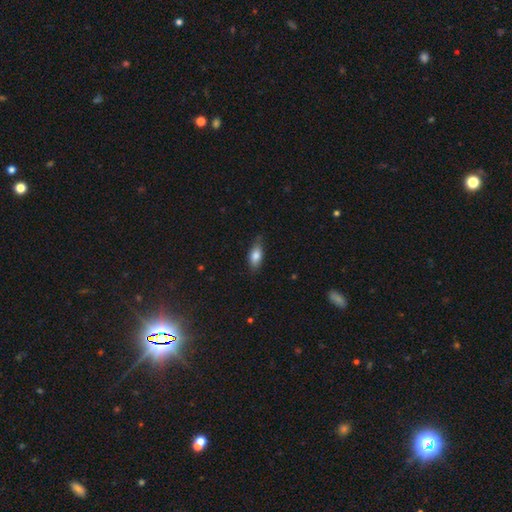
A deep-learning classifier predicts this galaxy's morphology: A smooth galaxy with no disk features (81%) that is in between round and cigar-shaped (85%).

Vote fractions:
- Smooth or featured? smooth: 81% / featured or disk: 12% / star or artifact: 7%
- How rounded? in between: 85% / cigar-shaped: 12% / round: 4%
- Merging? none: 75% / minor disturbance: 21% / major disturbance: 4% / merger: 1%